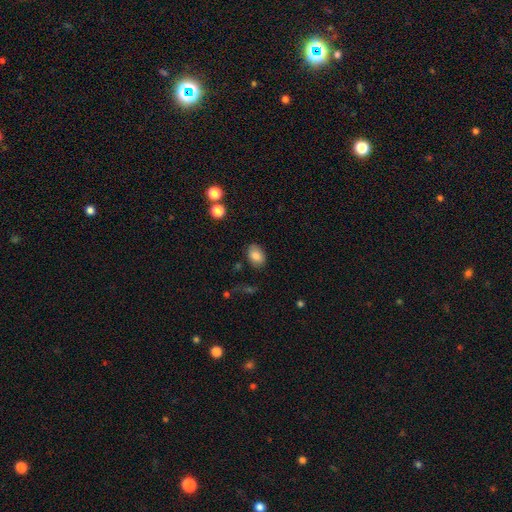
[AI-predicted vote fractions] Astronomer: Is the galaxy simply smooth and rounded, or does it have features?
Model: smooth — 83%.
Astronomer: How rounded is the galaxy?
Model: in between — 80%.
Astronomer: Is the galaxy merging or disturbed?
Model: none — 83%.